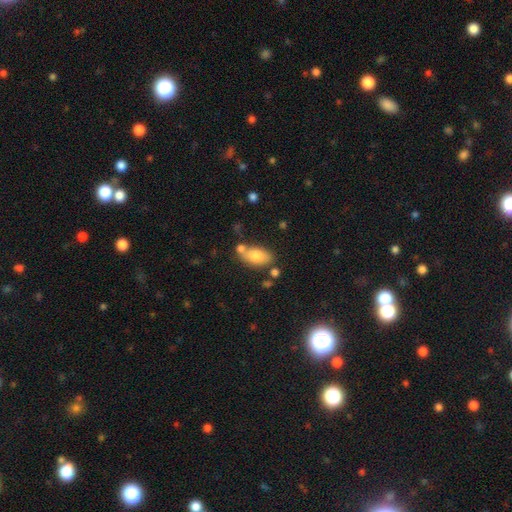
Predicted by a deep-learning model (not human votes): Morphology: type=smooth (79%); roundness=in between (90%); merging=none (59%).